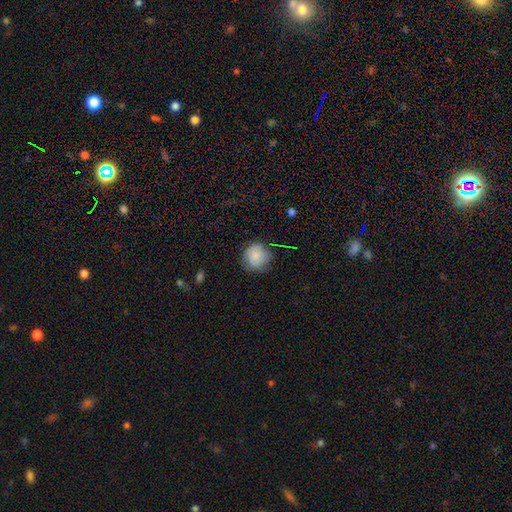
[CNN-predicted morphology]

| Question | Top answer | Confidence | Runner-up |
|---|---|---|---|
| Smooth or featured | smooth | 77% | featured or disk (15%) |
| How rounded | round | 85% | in between (14%) |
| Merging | none | 69% | minor disturbance (23%) |